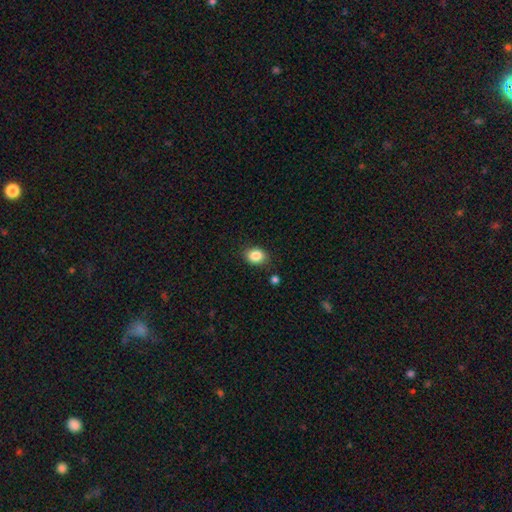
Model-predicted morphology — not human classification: Overall: smooth (85%). How rounded: in between (51%; round 48%). Merging: none (84%).